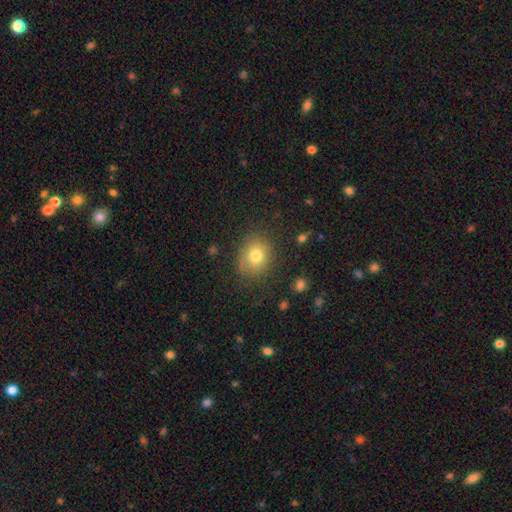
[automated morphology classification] smooth 76%, featured or disk 12%, star or artifact 12%. Down the decision tree: how rounded — round (59%); merging — none (76%).